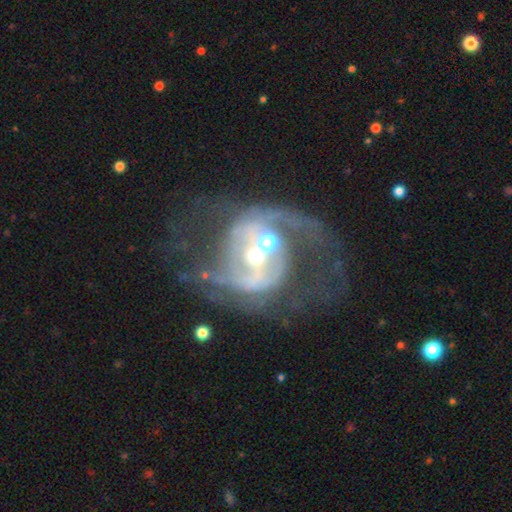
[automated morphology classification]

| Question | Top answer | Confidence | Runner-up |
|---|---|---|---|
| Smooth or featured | featured or disk | 83% | smooth (9%) |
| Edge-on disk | no | 97% | yes (3%) |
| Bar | no | 45% | weak (34%) |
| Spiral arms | yes | 84% | no (16%) |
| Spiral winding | medium | 44% | loose (38%) |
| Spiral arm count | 2 | 67% | can't tell (15%) |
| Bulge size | moderate | 58% | small (31%) |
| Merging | none | 32% | merger (28%) |